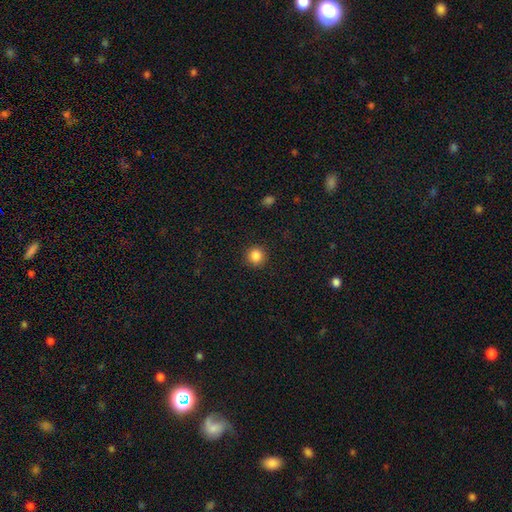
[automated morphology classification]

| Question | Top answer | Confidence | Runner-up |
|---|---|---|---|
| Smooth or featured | smooth | 86% | star or artifact (10%) |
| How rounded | round | 94% | in between (5%) |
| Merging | none | 91% | minor disturbance (6%) |